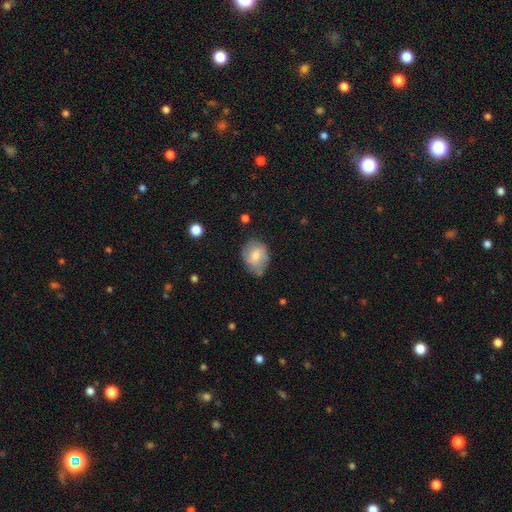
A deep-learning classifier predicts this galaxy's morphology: The model was most divided on "merging": none: 55%, minor disturbance: 33%, major disturbance: 9%, merger: 3%. More confident: smooth or featured — smooth (63%); how rounded — in between (62%).